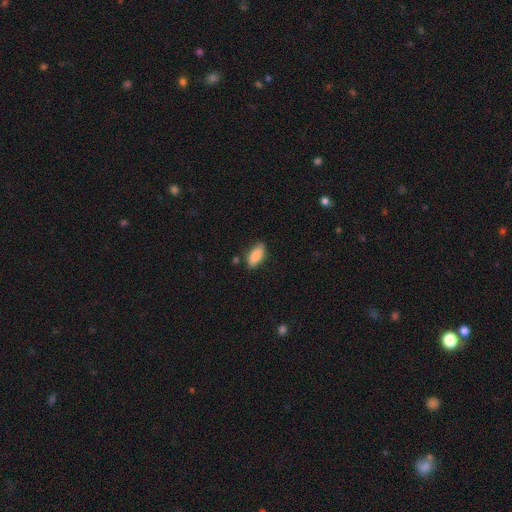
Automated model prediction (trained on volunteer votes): Q: Smooth or featured?
A: smooth (86%); runner-up: featured or disk (7%)
Q: How rounded?
A: in between (86%); runner-up: cigar-shaped (11%)
Q: Merging?
A: none (80%); runner-up: minor disturbance (15%)